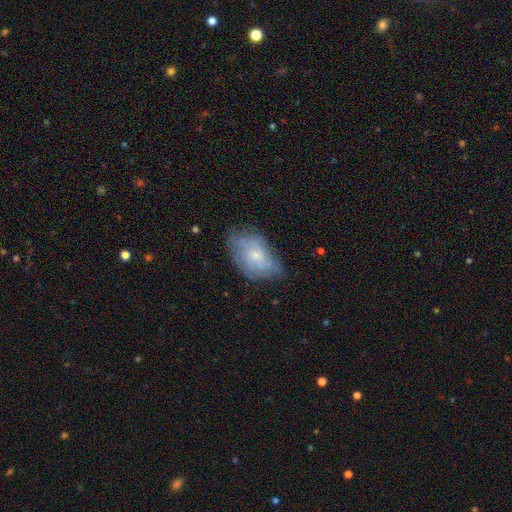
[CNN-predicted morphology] A featured or disk galaxy (52%). Merging: none (55%).